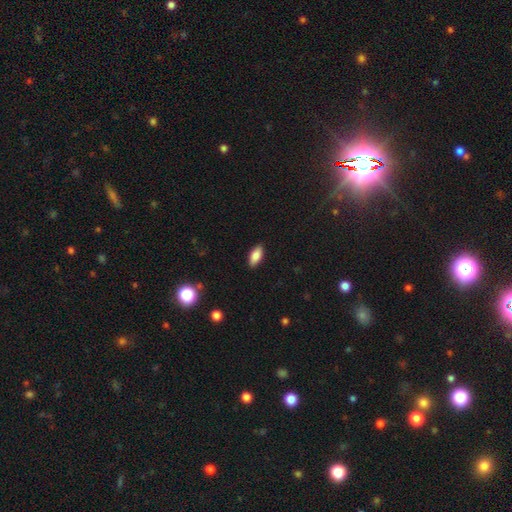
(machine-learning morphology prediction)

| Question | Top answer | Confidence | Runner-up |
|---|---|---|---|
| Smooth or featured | smooth | 84% | featured or disk (8%) |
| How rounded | in between | 88% | cigar-shaped (10%) |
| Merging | none | 89% | minor disturbance (8%) |